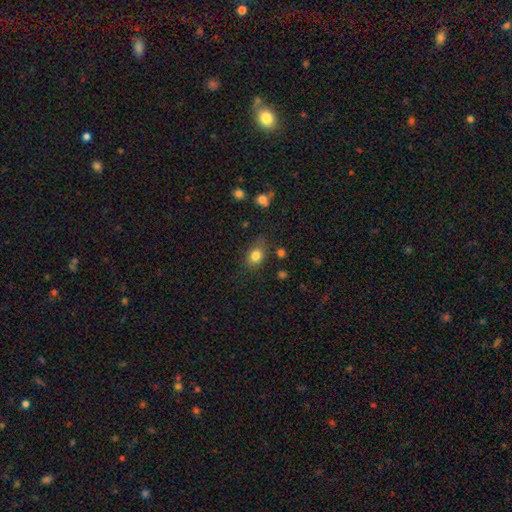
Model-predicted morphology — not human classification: This appears to be a smooth galaxy with no disk features (82%) that is in between round and cigar-shaped (57%). Merging: none (70%).